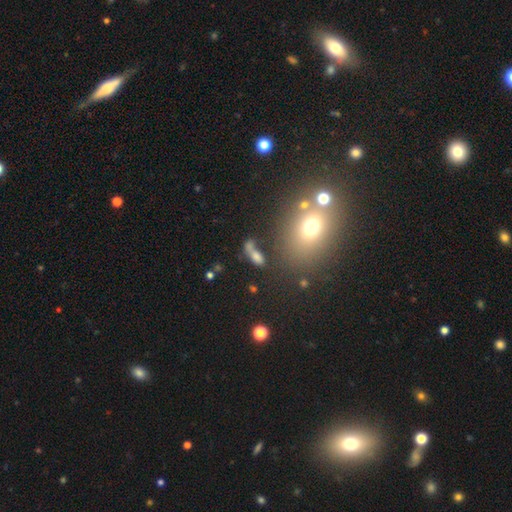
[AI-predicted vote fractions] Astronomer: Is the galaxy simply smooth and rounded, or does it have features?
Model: smooth — 68%.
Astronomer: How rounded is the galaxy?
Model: in between — 67%.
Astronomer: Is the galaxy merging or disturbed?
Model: none — 42% (runner-up: merger, 29%).